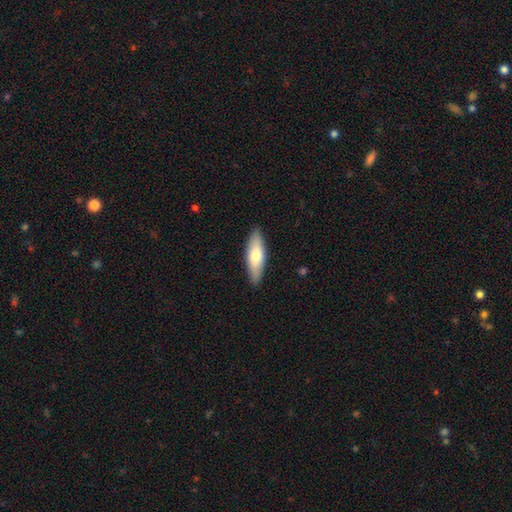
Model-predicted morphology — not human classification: A smooth galaxy with no disk features (69%) that is cigar-shaped (50%).

Vote fractions:
- Smooth or featured? smooth: 69% / featured or disk: 25% / star or artifact: 5%
- How rounded? cigar-shaped: 50% / in between: 48% / round: 2%
- Merging? none: 88% / minor disturbance: 9% / major disturbance: 2% / merger: 1%